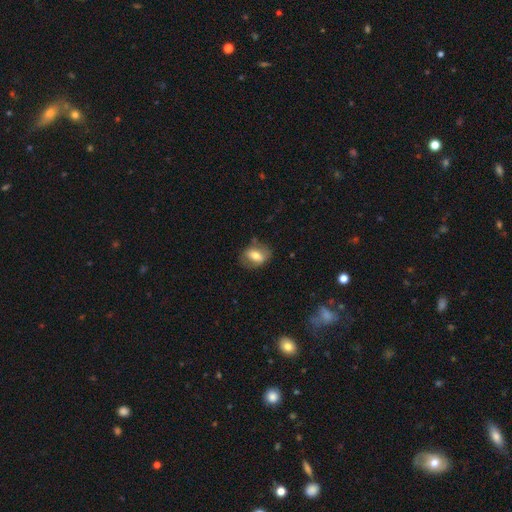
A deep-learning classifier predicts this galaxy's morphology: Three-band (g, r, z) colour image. It shows a smooth galaxy with no disk features (61%) that is in between round and cigar-shaped (73%). Merging: none (72%).